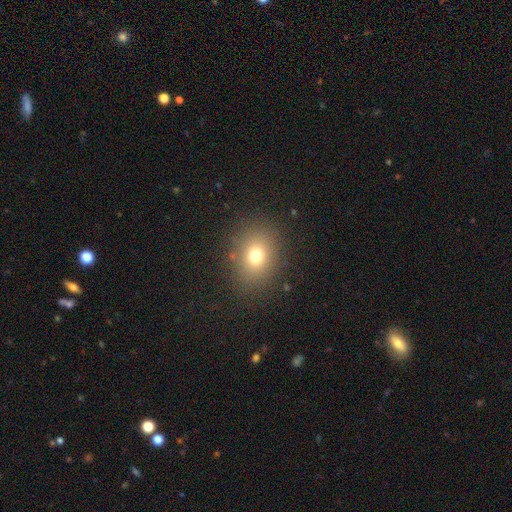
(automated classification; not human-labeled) smooth_or_featured: smooth (p=0.73) [alt: star or artifact p=0.16]
how_rounded: round (p=0.57) [alt: in between p=0.42]
merging: none (p=0.85) [alt: minor disturbance p=0.09]